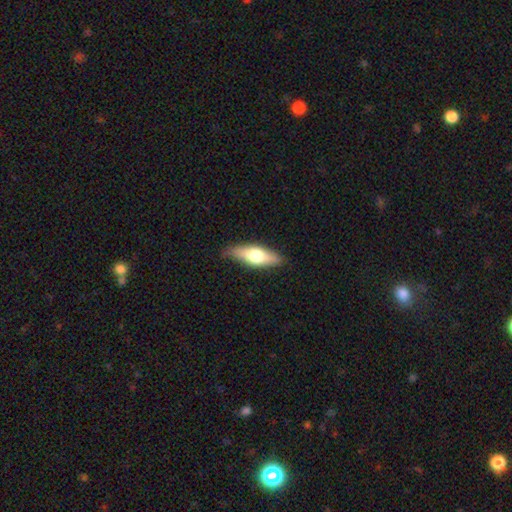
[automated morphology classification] Smooth or featured? smooth (58%)
How rounded? in between (57%)
Merging? none (81%)